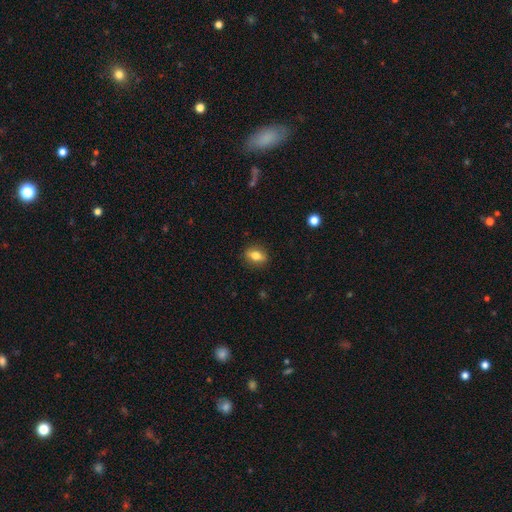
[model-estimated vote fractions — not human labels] Smooth or featured? Predicted: smooth (p=0.74). How rounded? Predicted: in between (p=0.70). Merging? Predicted: none (p=0.87).